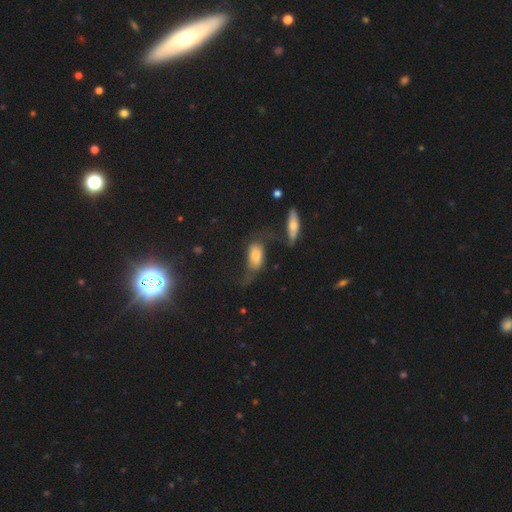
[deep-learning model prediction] A smooth galaxy with no disk features (69%) that is in between round and cigar-shaped (89%).

Vote fractions:
- Smooth or featured? smooth: 69% / featured or disk: 22% / star or artifact: 9%
- How rounded? in between: 89% / cigar-shaped: 7% / round: 5%
- Merging? major disturbance: 36% / none: 24% / minor disturbance: 23% / merger: 16%